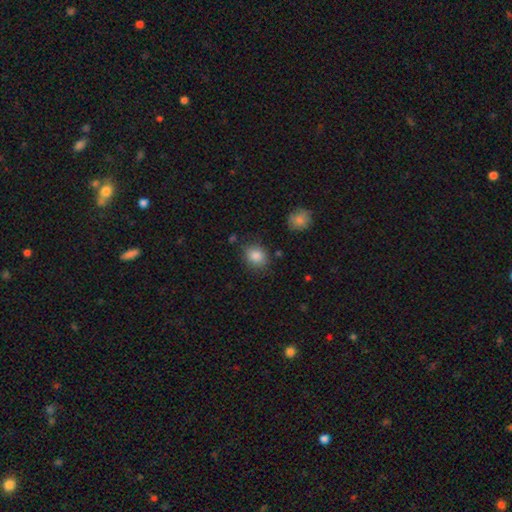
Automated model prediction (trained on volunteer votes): A smooth galaxy with no disk features (85%) that is round (53%). Merging: none (79%).